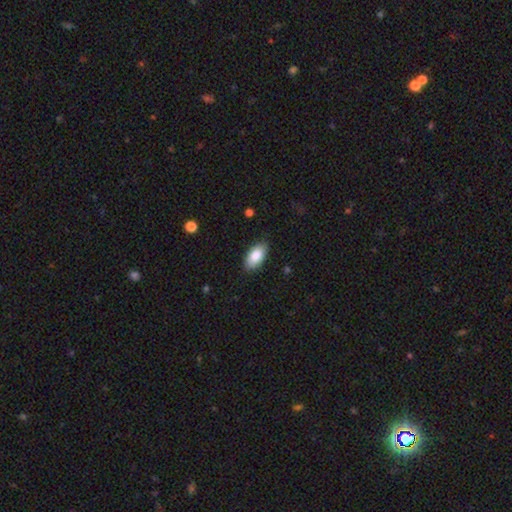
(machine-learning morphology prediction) This appears to be a smooth galaxy with no disk features (86%) that is in between round and cigar-shaped (94%). Merging: none (86%).